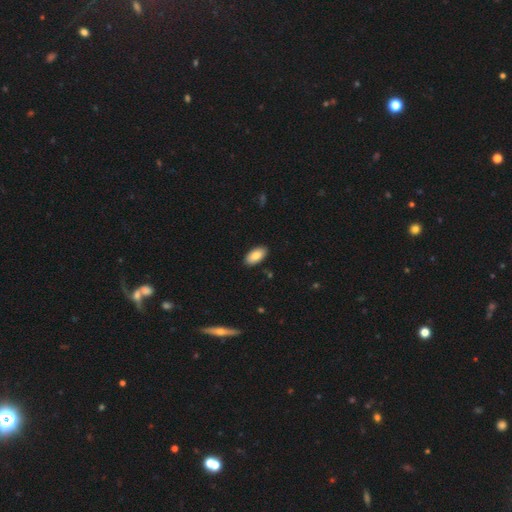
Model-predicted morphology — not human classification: This is clearly a smooth galaxy (84%). How rounded: clearly in between (94%). Merging: clearly none (89%).